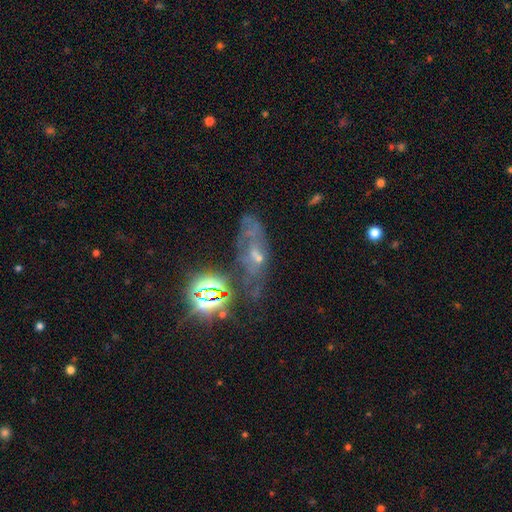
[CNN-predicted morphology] Smooth or featured: featured or disk — 43% (star or artifact — 38%)
Merging: none — 53% (minor disturbance — 21%)